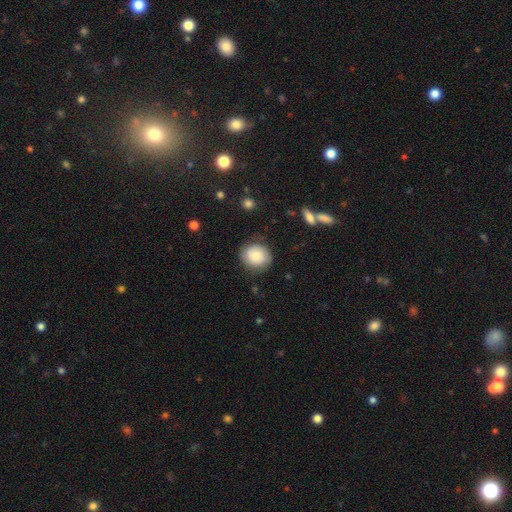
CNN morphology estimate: smooth_or_featured: smooth (p=0.66) [alt: featured or disk p=0.26]
how_rounded: round (p=0.78) [alt: in between p=0.21]
merging: none (p=0.78) [alt: minor disturbance p=0.15]